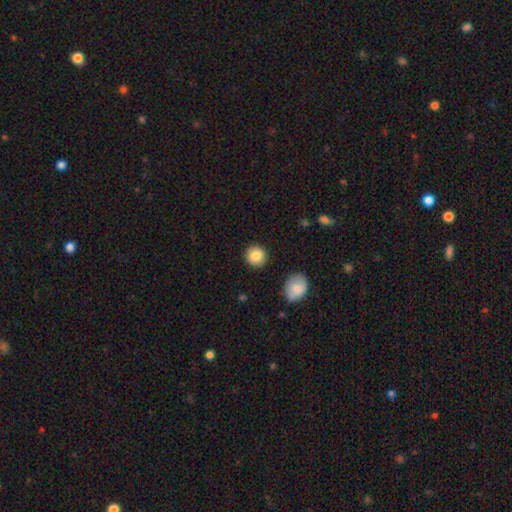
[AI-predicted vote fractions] Smooth or featured?
  - smooth: 85% *
  - star or artifact: 9%
  - featured or disk: 6%
How rounded?
  - round: 91% *
  - in between: 8%
  - cigar-shaped: 1%
Merging?
  - none: 91% *
  - minor disturbance: 6%
  - major disturbance: 2%
  - merger: 2%